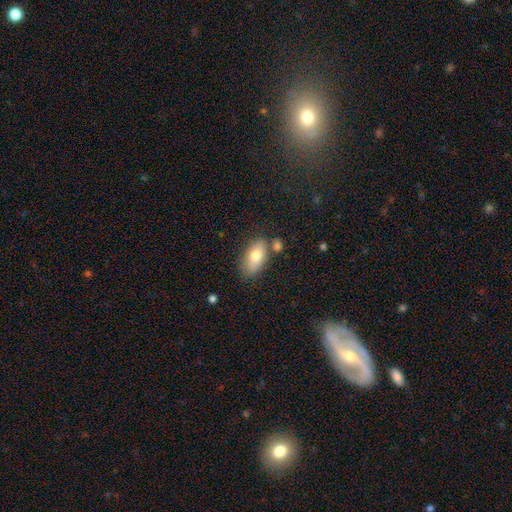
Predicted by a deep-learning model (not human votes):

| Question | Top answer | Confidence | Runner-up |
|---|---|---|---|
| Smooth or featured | smooth | 76% | featured or disk (17%) |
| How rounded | in between | 91% | round (5%) |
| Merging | none | 69% | minor disturbance (16%) |